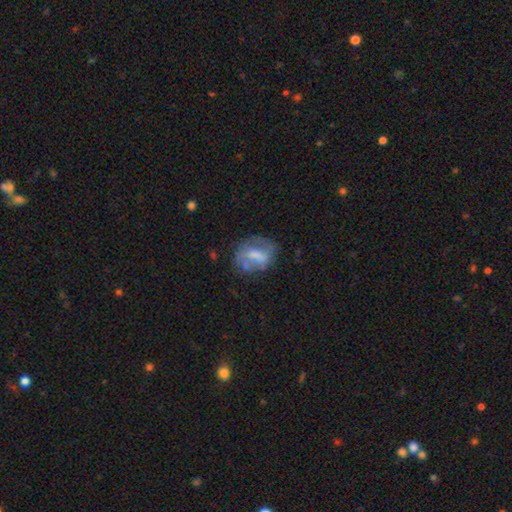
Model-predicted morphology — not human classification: Smooth or featured? featured or disk (46%)
Merging? none (48%)